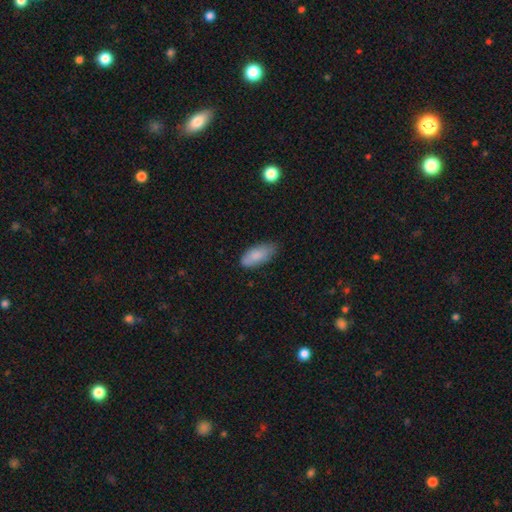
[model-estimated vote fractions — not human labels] smooth-or-featured: smooth: 84% | featured or disk: 9% | star or artifact: 6%
  how-rounded: in between: 86% | cigar-shaped: 12% | round: 2%
  merging: none: 69% | minor disturbance: 25% | major disturbance: 4% | merger: 2%